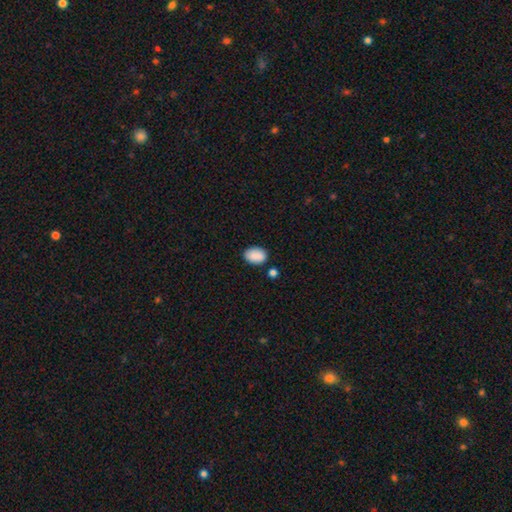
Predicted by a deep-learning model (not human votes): A smooth galaxy with no disk features (89%) that is in between round and cigar-shaped (84%). Merging: none (79%).